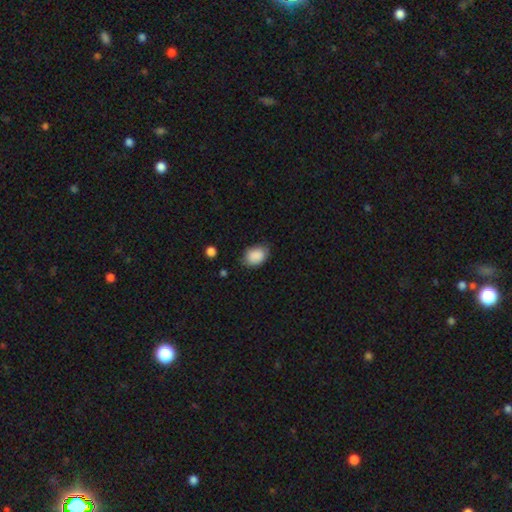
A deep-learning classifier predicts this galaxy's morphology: Q: Smooth or featured?
A: smooth (88%); runner-up: star or artifact (7%)
Q: How rounded?
A: in between (72%); runner-up: round (27%)
Q: Merging?
A: none (67%); runner-up: minor disturbance (26%)